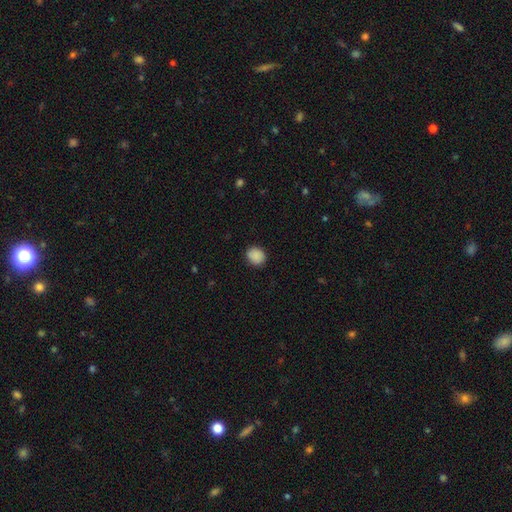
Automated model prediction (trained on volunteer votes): Q: Smooth or featured?
A: smooth (89%); runner-up: star or artifact (8%)
Q: How rounded?
A: round (67%); runner-up: in between (32%)
Q: Merging?
A: none (86%); runner-up: minor disturbance (10%)